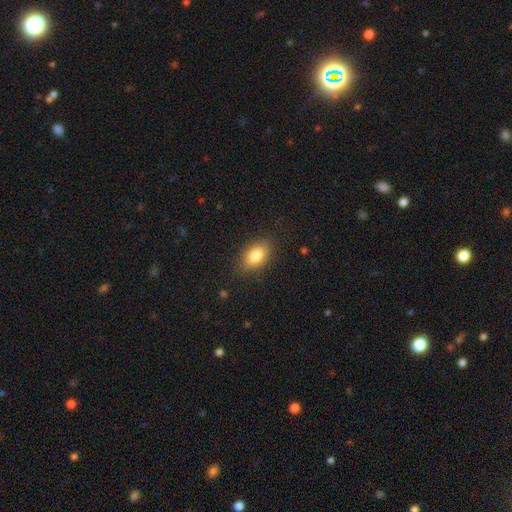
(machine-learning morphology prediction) smooth-or-featured: smooth: 82% | featured or disk: 10% | star or artifact: 8%
  how-rounded: in between: 88% | round: 8% | cigar-shaped: 4%
  merging: none: 84% | minor disturbance: 11% | major disturbance: 3% | merger: 1%